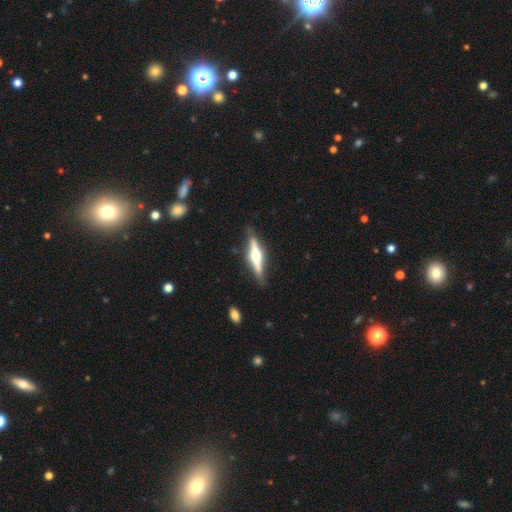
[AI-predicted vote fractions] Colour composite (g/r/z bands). It shows a featured or disk galaxy (73%) viewed edge-on (96%) with a rounded central bulge (89%). Merging: none (83%).